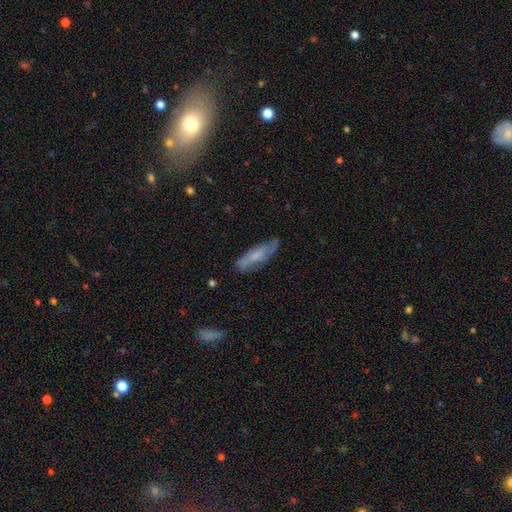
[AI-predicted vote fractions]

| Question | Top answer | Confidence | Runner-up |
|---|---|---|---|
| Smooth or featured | smooth | 49% | featured or disk (44%) |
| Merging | none | 67% | minor disturbance (24%) |